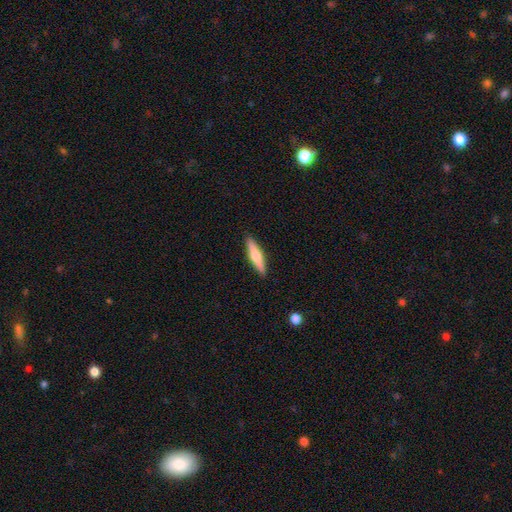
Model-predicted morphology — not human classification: This appears to be a smooth galaxy with no disk features (56%) that is cigar-shaped (81%). Merging: none (91%).